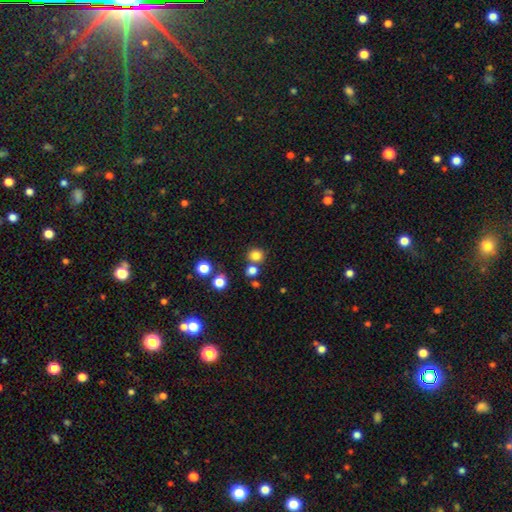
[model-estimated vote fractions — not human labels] Smooth or featured? Predicted: smooth (p=0.80). How rounded? Predicted: round (p=0.87). Merging? Predicted: none (p=0.72).